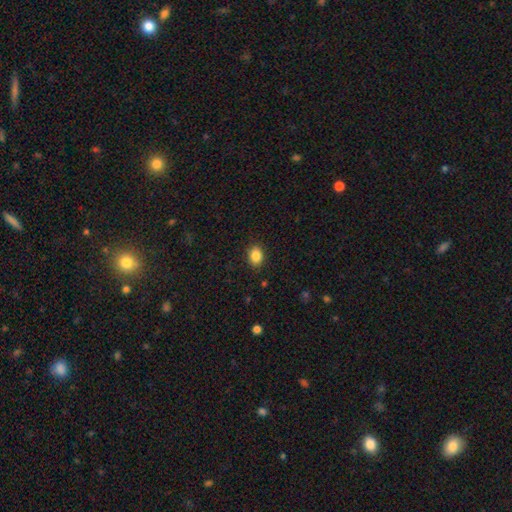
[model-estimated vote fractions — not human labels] smooth_or_featured: smooth (p=0.86) [alt: star or artifact p=0.09]
how_rounded: in between (p=0.64) [alt: round p=0.35]
merging: none (p=0.88) [alt: minor disturbance p=0.08]